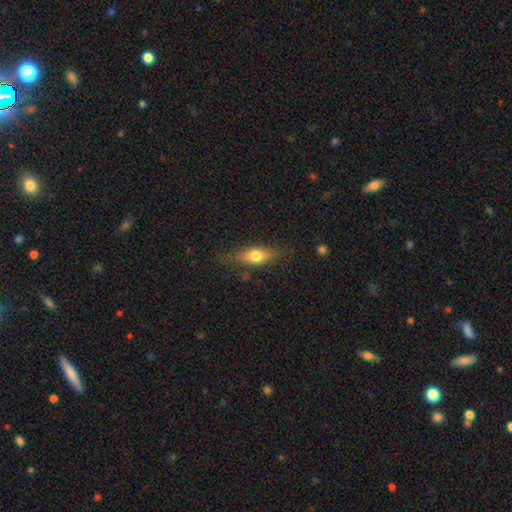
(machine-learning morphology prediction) Overall: smooth (65%; featured or disk 27%). How rounded: in between (68%). Merging: none (71%).